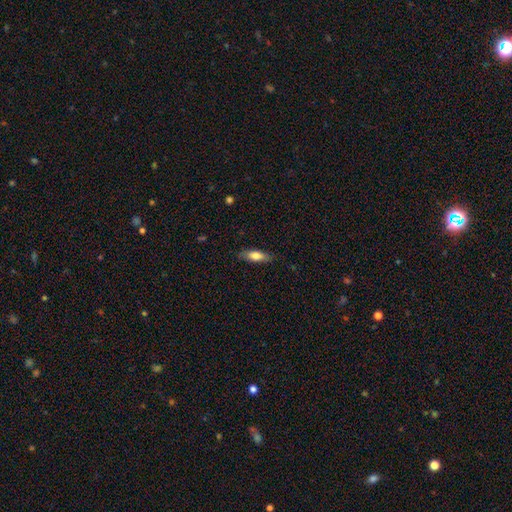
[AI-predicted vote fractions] Smooth or featured? Predicted: smooth (p=0.74). How rounded? Predicted: in between (p=0.59). Merging? Predicted: none (p=0.82).